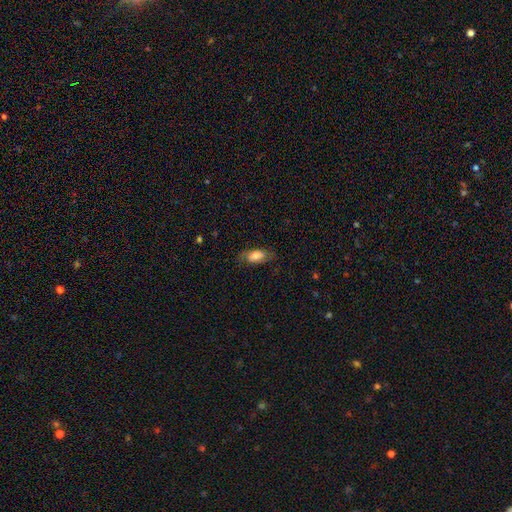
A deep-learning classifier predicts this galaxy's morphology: A smooth galaxy with no disk features (70%) that is in between round and cigar-shaped (85%).

Vote fractions:
- Smooth or featured? smooth: 70% / featured or disk: 22% / star or artifact: 7%
- How rounded? in between: 85% / cigar-shaped: 11% / round: 4%
- Merging? none: 71% / minor disturbance: 21% / major disturbance: 7% / merger: 1%